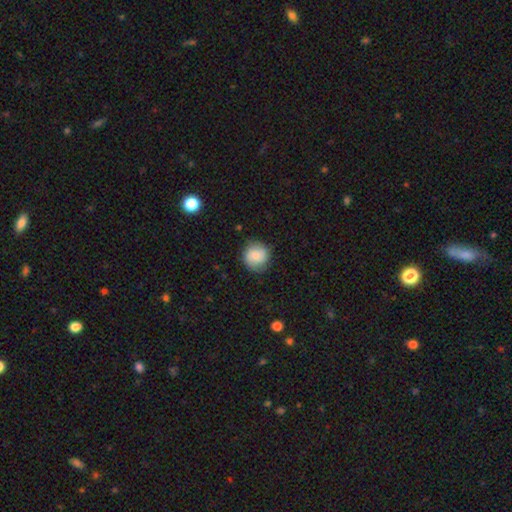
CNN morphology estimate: A smooth galaxy with no disk features (75%) that is round (91%).

Vote fractions:
- Smooth or featured? smooth: 75% / featured or disk: 17% / star or artifact: 8%
- How rounded? round: 91% / in between: 8% / cigar-shaped: 1%
- Merging? none: 82% / minor disturbance: 13% / major disturbance: 3% / merger: 1%